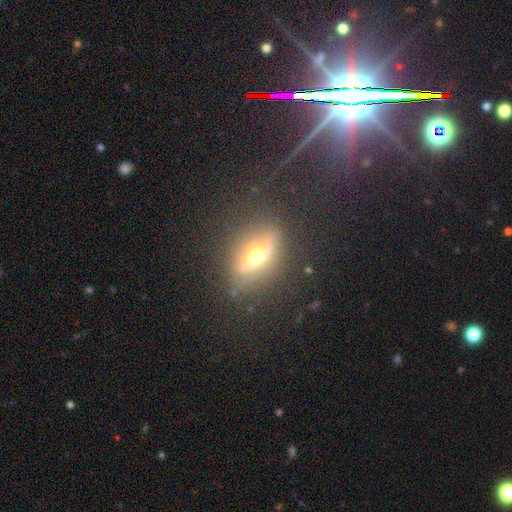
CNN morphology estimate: Q: Smooth or featured?
A: featured or disk (57%); runner-up: smooth (31%)
Q: Edge-on disk?
A: yes (55%); runner-up: no (45%)
Q: Merging?
A: none (72%); runner-up: minor disturbance (16%)